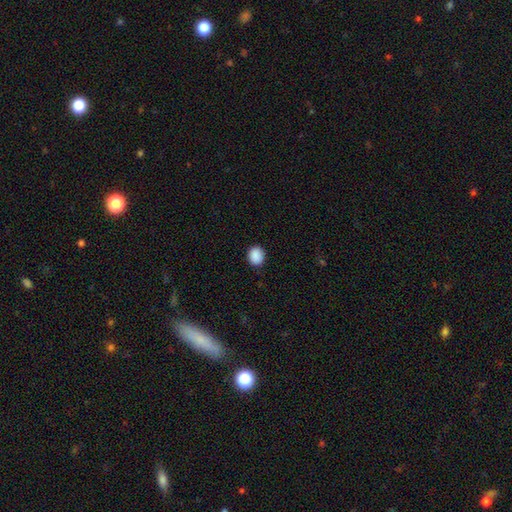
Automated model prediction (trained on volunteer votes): This is clearly a smooth galaxy (90%). How rounded: likely round (65%). Merging: clearly none (89%).